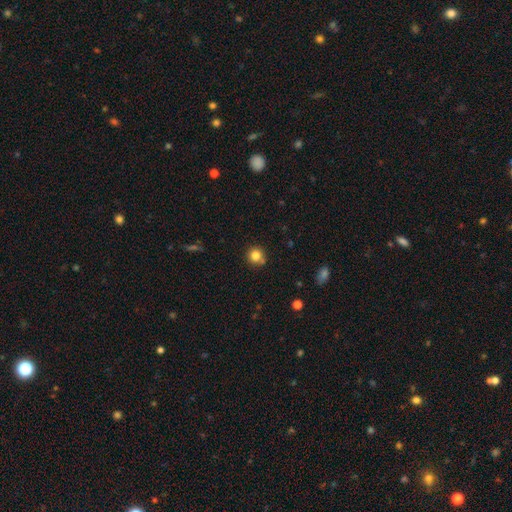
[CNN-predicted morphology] Smooth or featured? smooth (82%)
How rounded? round (93%)
Merging? none (76%)